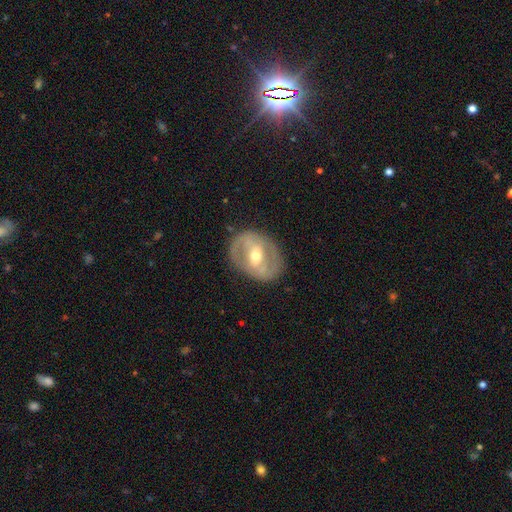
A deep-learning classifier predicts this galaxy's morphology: Smooth or featured?
  - featured or disk: 76% *
  - smooth: 18%
  - star or artifact: 6%
Edge-on disk?
  - no: 94% *
  - yes: 6%
Bar?
  - strong: 45% *
  - weak: 37%
  - no: 18%
Spiral arms?
  - yes: 62% *
  - no: 38%
Bulge size?
  - moderate: 64% *
  - small: 31%
  - large: 4%
  - none: 1%
  - dominant: 1%
Merging?
  - none: 80% *
  - minor disturbance: 13%
  - major disturbance: 6%
  - merger: 1%